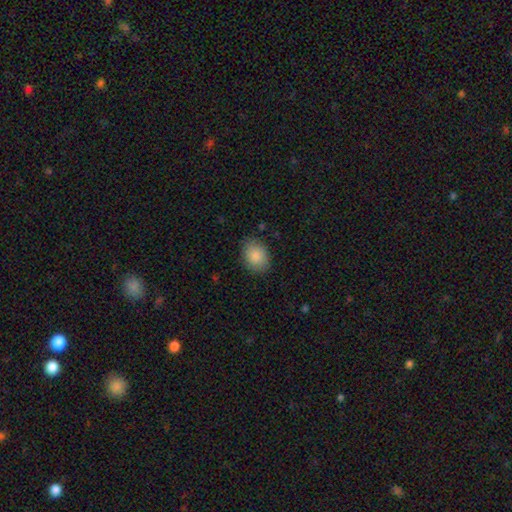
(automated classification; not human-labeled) This appears to be a smooth galaxy with no disk features (88%) that is in between round and cigar-shaped (58%). Merging: none (82%).